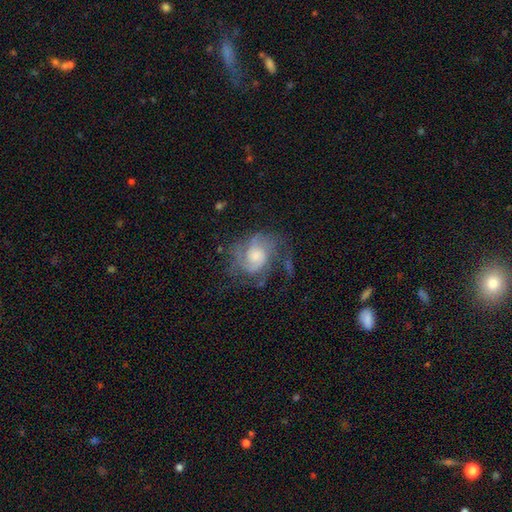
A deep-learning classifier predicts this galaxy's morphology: This appears to be a featured or disk galaxy (76%) with no bar (67%), 2 (45%) medium (43%) spiral arms (91%) and a moderate central bulge (44%). Merging: none (57%).